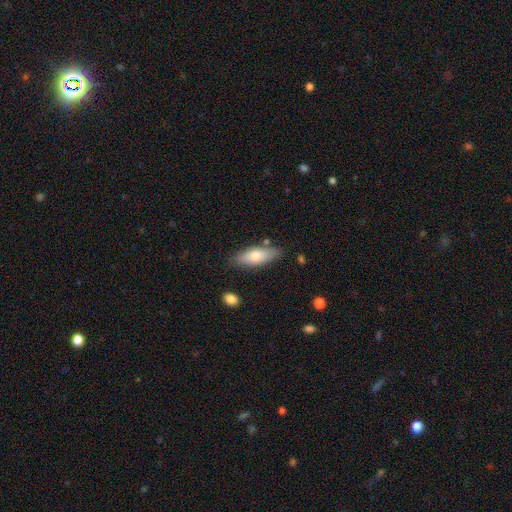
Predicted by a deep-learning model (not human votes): This is likely a smooth galaxy (70%). How rounded: likely in between (68%). Merging: likely none (78%).